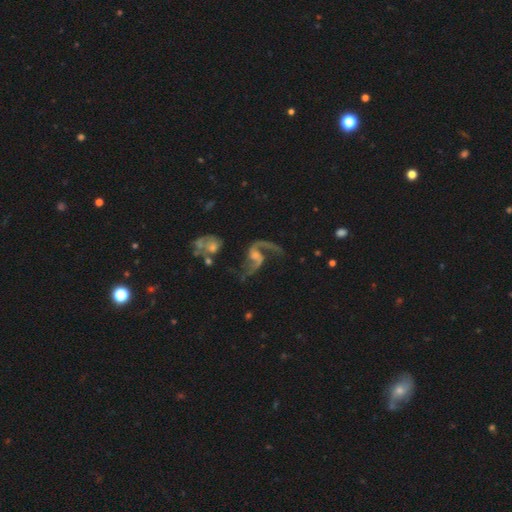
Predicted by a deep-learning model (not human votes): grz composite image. It shows a featured or disk galaxy (89%) with a weak bar (43%, tied with no), 2 (88%) loose (75%) spiral arms (95%) and a small central bulge (49%). Merging: none (53%).